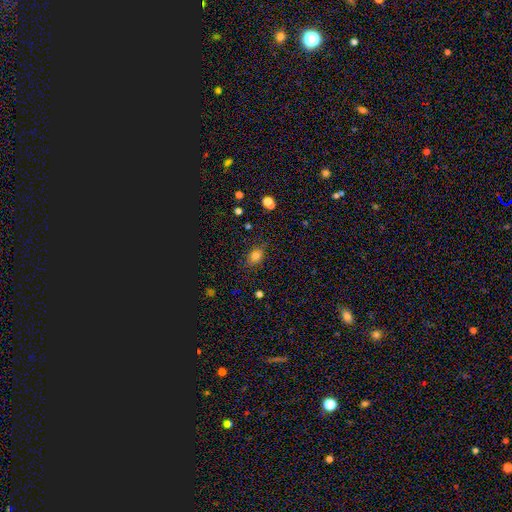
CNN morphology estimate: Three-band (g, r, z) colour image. It shows a smooth galaxy with no disk features (76%) that is in between round and cigar-shaped (61%). Merging: none (77%).